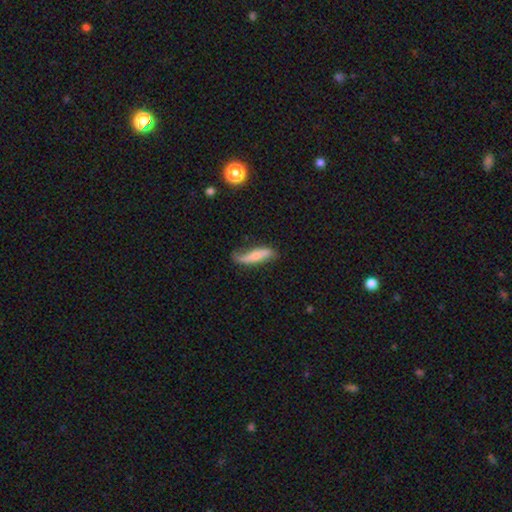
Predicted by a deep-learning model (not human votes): A smooth galaxy with no disk features (50%) that is cigar-shaped (63%).

Vote fractions:
- Smooth or featured? smooth: 50% / featured or disk: 44% / star or artifact: 6%
- How rounded? cigar-shaped: 63% / in between: 35% / round: 2%
- Merging? none: 51% / minor disturbance: 32% / major disturbance: 14% / merger: 3%